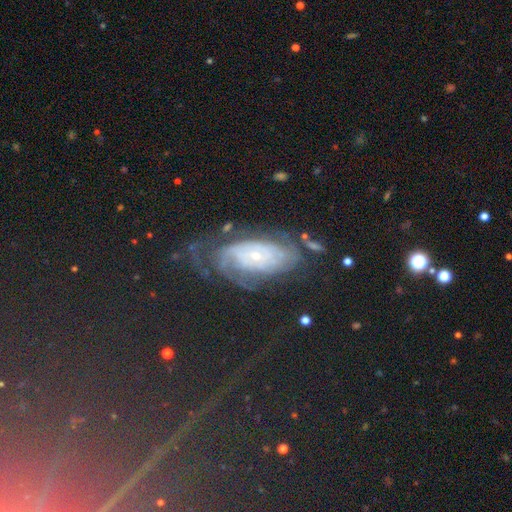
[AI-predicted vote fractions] smooth_or_featured: featured or disk (p=0.63) [alt: star or artifact p=0.21]
disk_edge_on: no (p=0.93) [alt: yes p=0.07]
bar: no (p=0.78) [alt: weak p=0.17]
has_spiral_arms: yes (p=0.89) [alt: no p=0.11]
spiral_winding: tight (p=0.62) [alt: medium p=0.27]
spiral_arm_count: can't tell (p=0.40) [alt: 2 p=0.24]
bulge_size: small (p=0.74) [alt: moderate p=0.20]
merging: none (p=0.62) [alt: minor disturbance p=0.20]